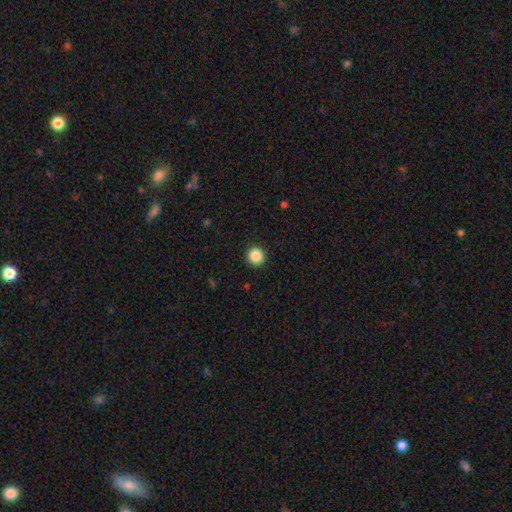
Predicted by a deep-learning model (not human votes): smooth_or_featured: smooth (p=0.87) [alt: star or artifact p=0.10]
how_rounded: round (p=0.94) [alt: in between p=0.05]
merging: none (p=0.92) [alt: minor disturbance p=0.05]